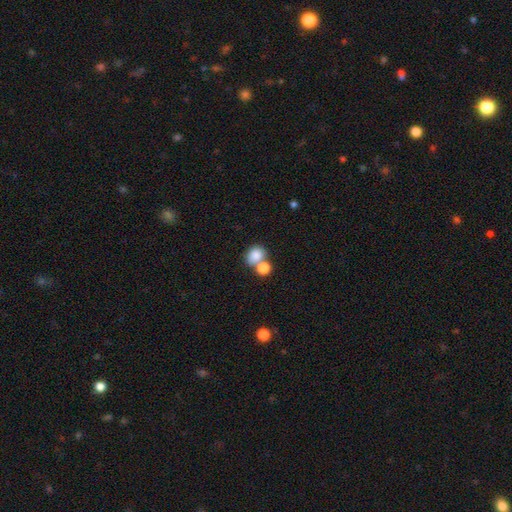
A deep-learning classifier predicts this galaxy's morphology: smooth 81%, star or artifact 10%, featured or disk 8%. Down the decision tree: how rounded — round (65%); merging — none (45%).